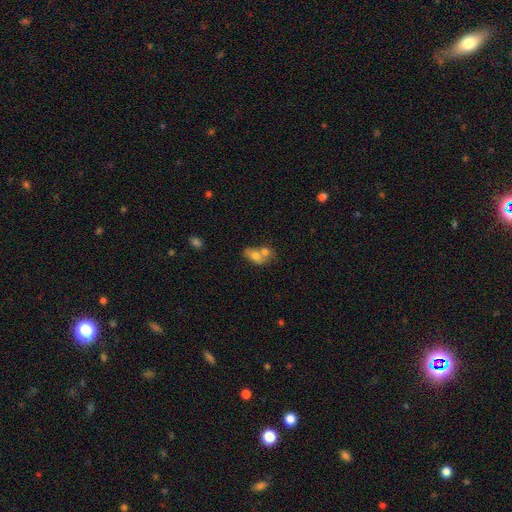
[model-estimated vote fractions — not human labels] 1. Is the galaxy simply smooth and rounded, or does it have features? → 69% smooth, 22% featured or disk, 9% star or artifact.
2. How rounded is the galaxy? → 77% in between, 19% round, 4% cigar-shaped.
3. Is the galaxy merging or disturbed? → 60% merger, 24% none, 10% minor disturbance, 6% major disturbance.